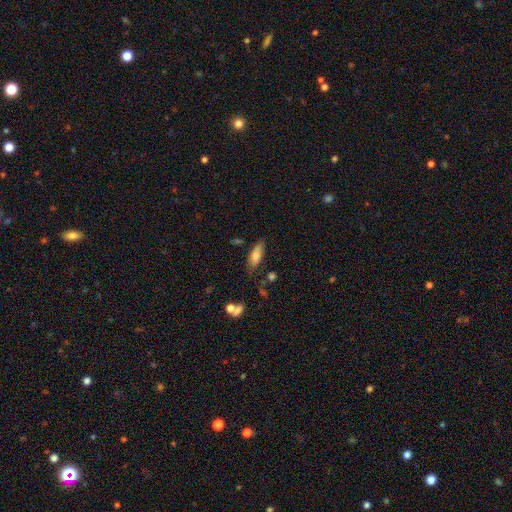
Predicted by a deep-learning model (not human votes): A smooth galaxy with no disk features (75%) that is in between round and cigar-shaped (68%).

Vote fractions:
- Smooth or featured? smooth: 75% / featured or disk: 17% / star or artifact: 8%
- How rounded? in between: 68% / cigar-shaped: 30% / round: 2%
- Merging? none: 70% / minor disturbance: 21% / major disturbance: 5% / merger: 4%